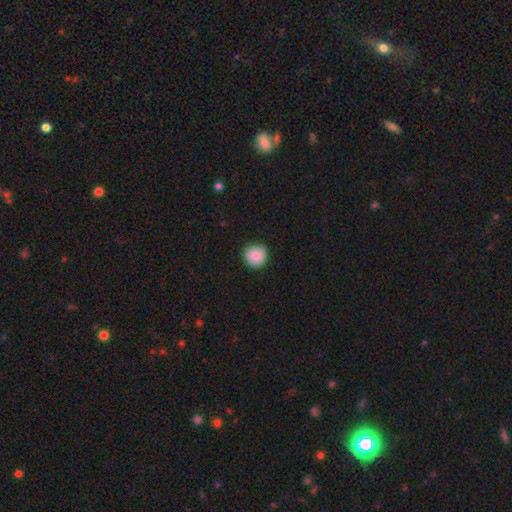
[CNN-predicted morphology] Smooth or featured: smooth — 88% (star or artifact — 8%)
How rounded: round — 94% (in between — 5%)
Merging: none — 90% (minor disturbance — 7%)